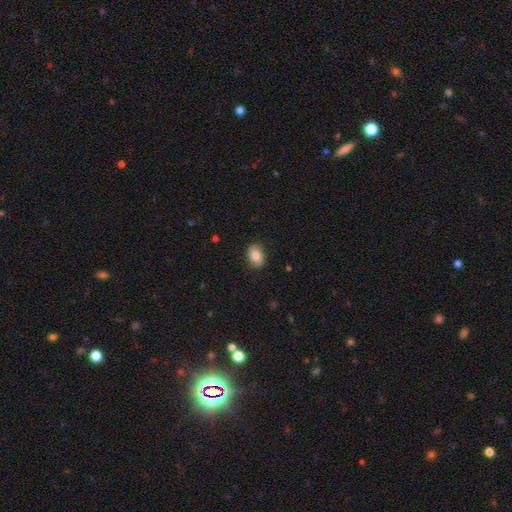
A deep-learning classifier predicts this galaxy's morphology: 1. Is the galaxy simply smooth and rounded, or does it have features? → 83% smooth, 9% featured or disk, 8% star or artifact.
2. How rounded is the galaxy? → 80% in between, 19% round, 1% cigar-shaped.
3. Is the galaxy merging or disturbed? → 88% none, 9% minor disturbance, 2% major disturbance, 1% merger.